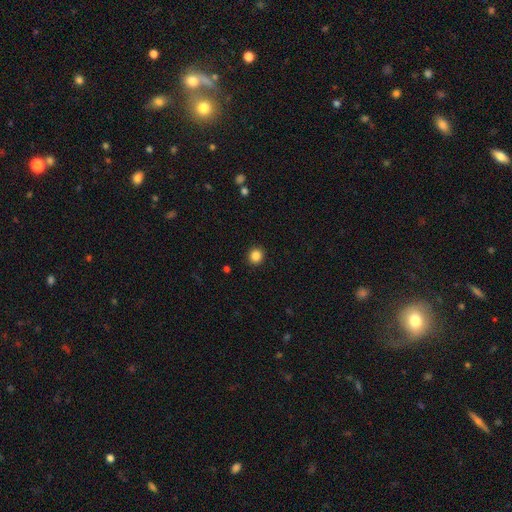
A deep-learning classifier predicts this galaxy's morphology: smooth 86%, star or artifact 10%, featured or disk 3%. Down the decision tree: how rounded — round (90%); merging — none (92%).